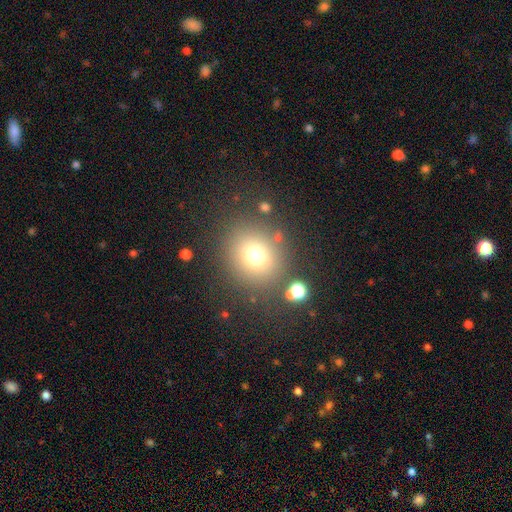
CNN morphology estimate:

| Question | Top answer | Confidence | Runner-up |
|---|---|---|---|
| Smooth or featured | smooth | 72% | star or artifact (18%) |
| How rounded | round | 84% | in between (15%) |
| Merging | none | 82% | minor disturbance (9%) |